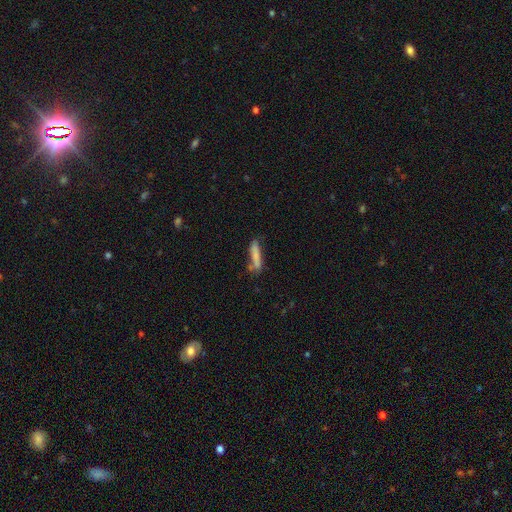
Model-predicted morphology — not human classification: Q: Smooth or featured?
A: smooth (76%); runner-up: featured or disk (17%)
Q: How rounded?
A: cigar-shaped (84%); runner-up: in between (14%)
Q: Merging?
A: none (61%); runner-up: minor disturbance (22%)